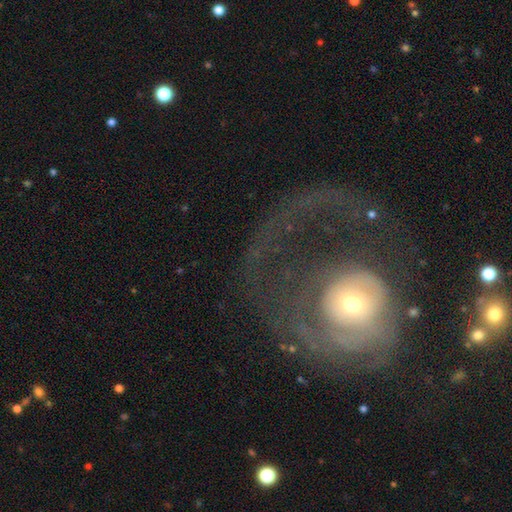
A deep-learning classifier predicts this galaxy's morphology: smooth-or-featured: featured or disk: 66% | smooth: 24% | star or artifact: 10%
  disk-edge-on: no: 96% | yes: 4%
    bar: no: 76% | weak: 17% | strong: 7%
    has-spiral-arms: yes: 59% | no: 41%
    bulge-size: moderate: 46% | small: 42% | large: 7% | dominant: 3% | none: 2%
  merging: major disturbance: 53% | none: 30% | minor disturbance: 12% | merger: 5%